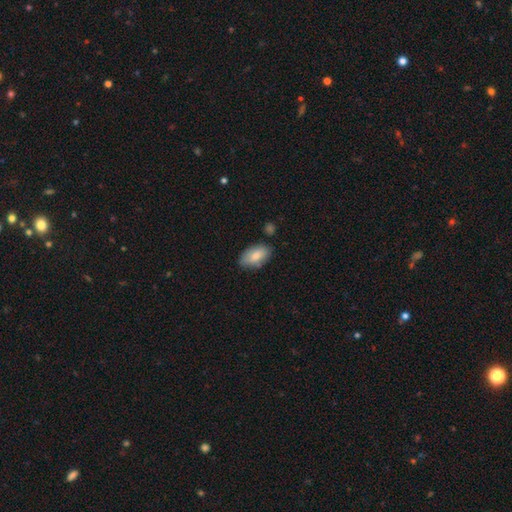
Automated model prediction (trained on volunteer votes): Q: Smooth or featured?
A: smooth (81%); runner-up: featured or disk (12%)
Q: How rounded?
A: in between (94%); runner-up: round (4%)
Q: Merging?
A: none (75%); runner-up: minor disturbance (18%)